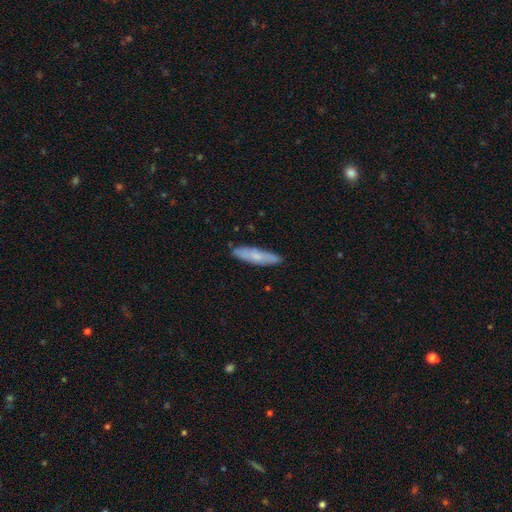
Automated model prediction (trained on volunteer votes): The model was most divided on "smooth or featured": smooth: 65%, featured or disk: 29%, star or artifact: 6%. More confident: merging — none (85%); how rounded — cigar-shaped (77%).